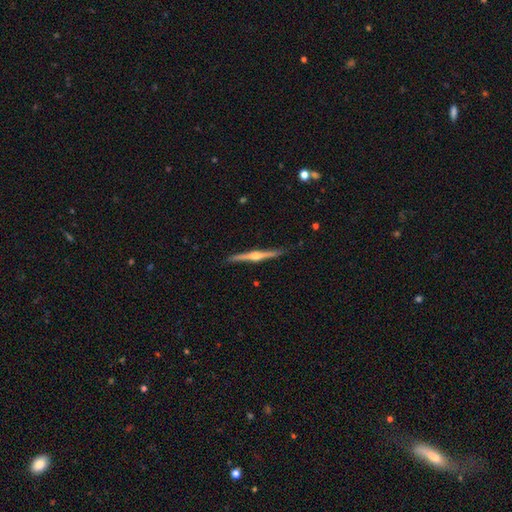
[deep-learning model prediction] Smooth or featured?
  - featured or disk: 81% *
  - smooth: 14%
  - star or artifact: 5%
Edge-on disk?
  - yes: 99% *
  - no: 1%
Edge-on bulge?
  - rounded: 91% *
  - boxy: 5%
  - none: 4%
Merging?
  - none: 89% *
  - minor disturbance: 8%
  - major disturbance: 1%
  - merger: 1%